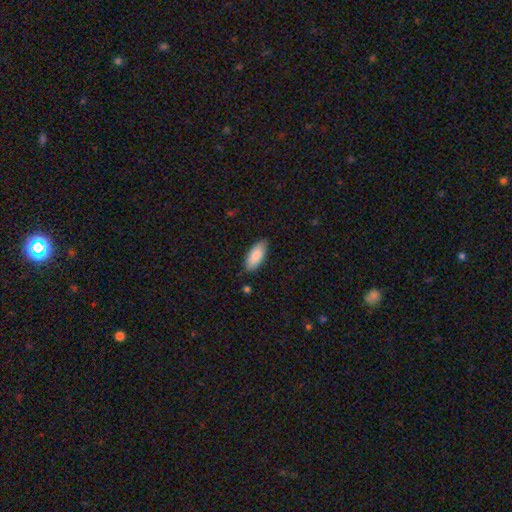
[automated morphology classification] smooth 88%, featured or disk 7%, star or artifact 6%. Down the decision tree: how rounded — in between (84%); merging — none (83%).